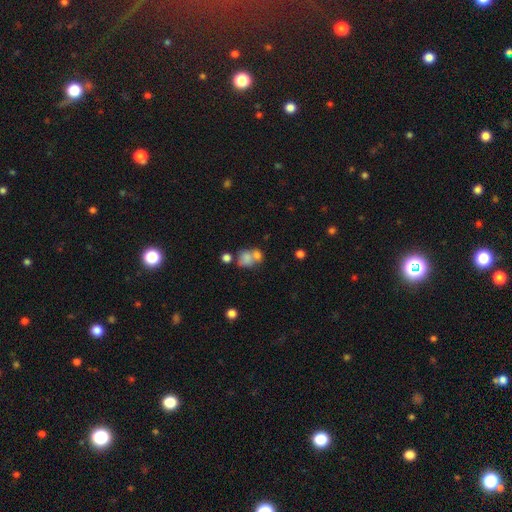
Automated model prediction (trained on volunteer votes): Morphology: type=smooth (69%); roundness=in between (51%); merging=merger (57%).